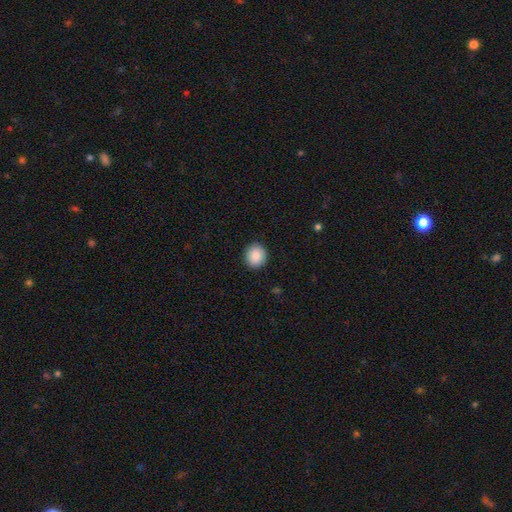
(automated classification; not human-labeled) This appears to be a smooth galaxy with no disk features (89%) that is round (77%). Merging: none (91%).